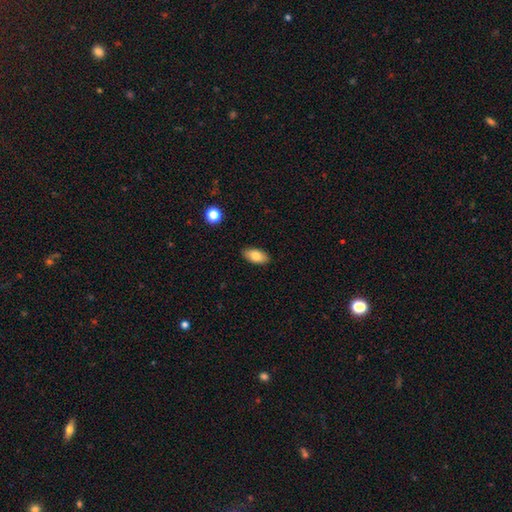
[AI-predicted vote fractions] smooth 81%, featured or disk 12%, star or artifact 7%. Down the decision tree: how rounded — in between (92%); merging — none (88%).